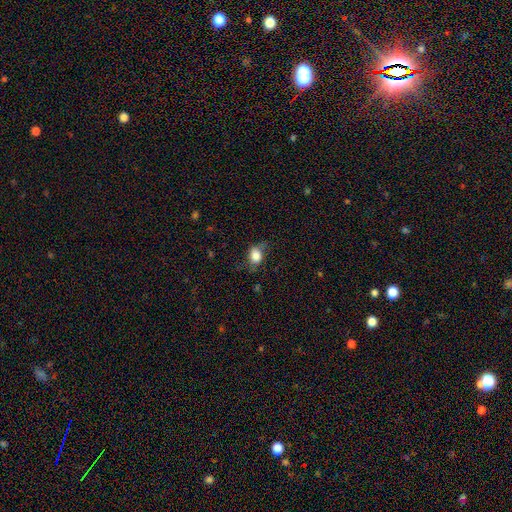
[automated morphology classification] This appears to be a smooth galaxy with no disk features (78%) that is in between round and cigar-shaped (62%). Merging: none (59%).